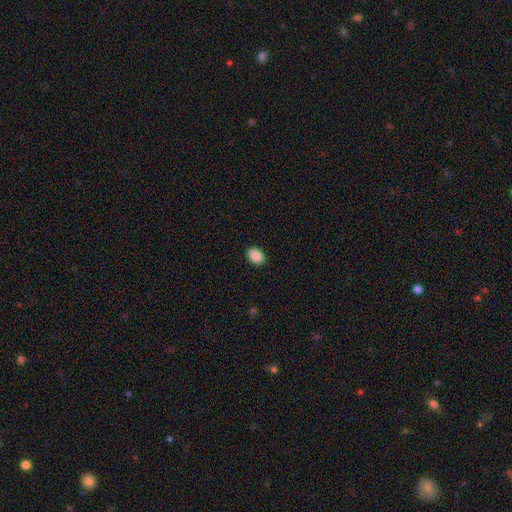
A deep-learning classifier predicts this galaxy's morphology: smooth-or-featured: smooth: 90% | star or artifact: 8% | featured or disk: 3%
  how-rounded: in between: 78% | round: 21% | cigar-shaped: 1%
  merging: none: 90% | minor disturbance: 7% | major disturbance: 2% | merger: 1%